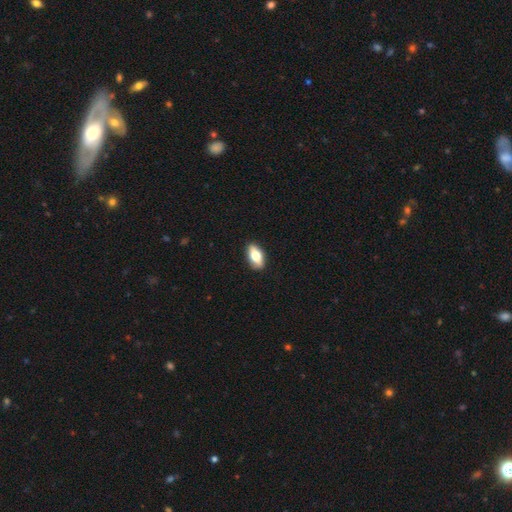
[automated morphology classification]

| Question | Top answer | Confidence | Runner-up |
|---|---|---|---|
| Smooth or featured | smooth | 68% | featured or disk (26%) |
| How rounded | in between | 87% | cigar-shaped (8%) |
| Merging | none | 89% | minor disturbance (8%) |